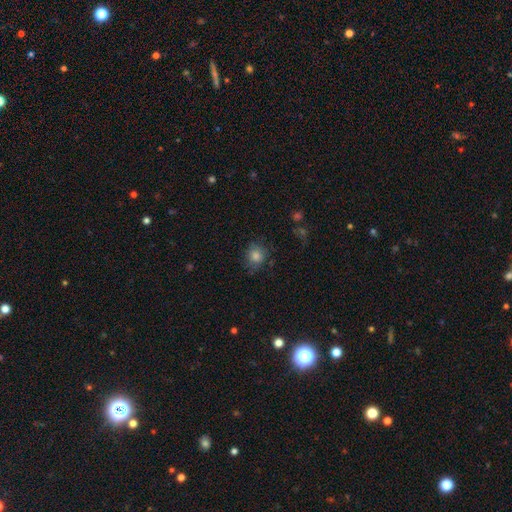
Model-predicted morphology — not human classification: smooth_or_featured: smooth (p=0.77) [alt: star or artifact p=0.14]
how_rounded: round (p=0.81) [alt: in between p=0.18]
merging: none (p=0.77) [alt: minor disturbance p=0.17]